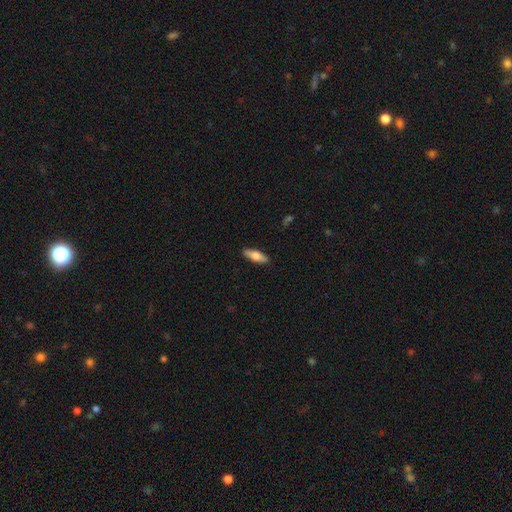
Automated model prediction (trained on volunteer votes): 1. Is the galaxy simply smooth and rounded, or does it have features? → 69% smooth, 25% featured or disk, 6% star or artifact.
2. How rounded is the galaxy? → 60% in between, 38% cigar-shaped, 2% round.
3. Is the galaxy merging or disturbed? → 89% none, 9% minor disturbance, 2% major disturbance, 1% merger.